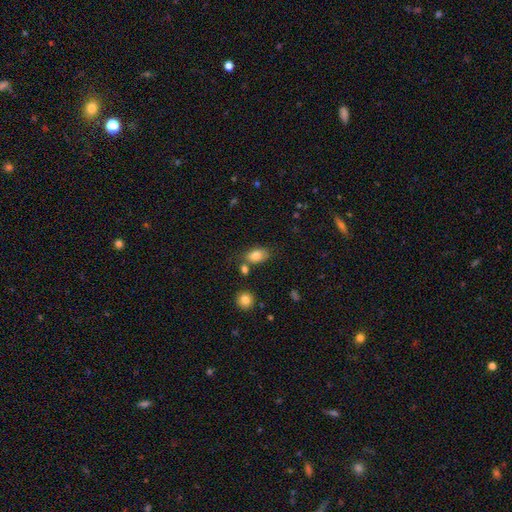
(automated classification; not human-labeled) This appears to be a smooth galaxy with no disk features (81%) that is in between round and cigar-shaped (86%). Merging: none (68%).